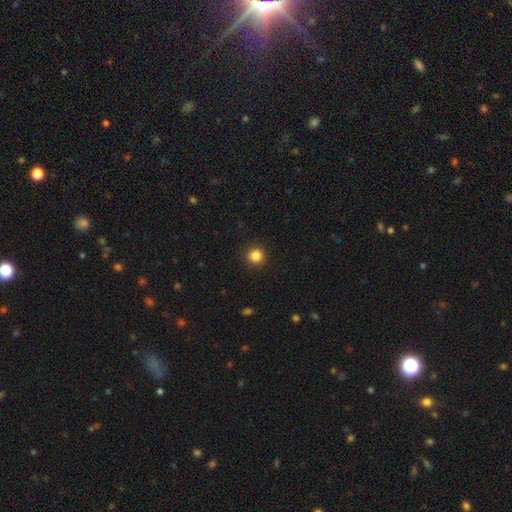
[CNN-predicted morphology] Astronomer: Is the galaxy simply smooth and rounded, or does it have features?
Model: smooth — 85%.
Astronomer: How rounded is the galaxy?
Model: round — 94%.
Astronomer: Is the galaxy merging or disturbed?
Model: none — 92%.